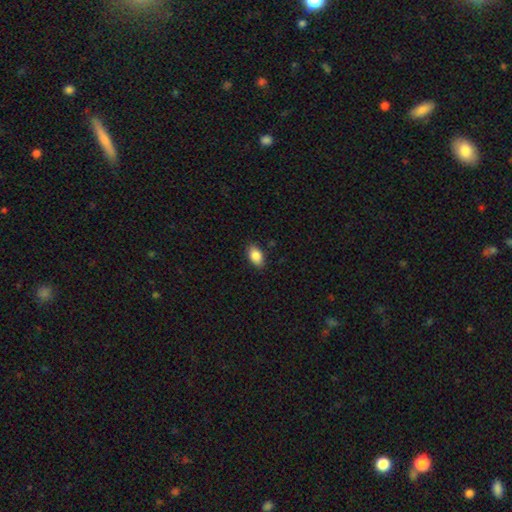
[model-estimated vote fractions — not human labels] Morphology: type=smooth (87%); roundness=in between (90%); merging=none (86%).